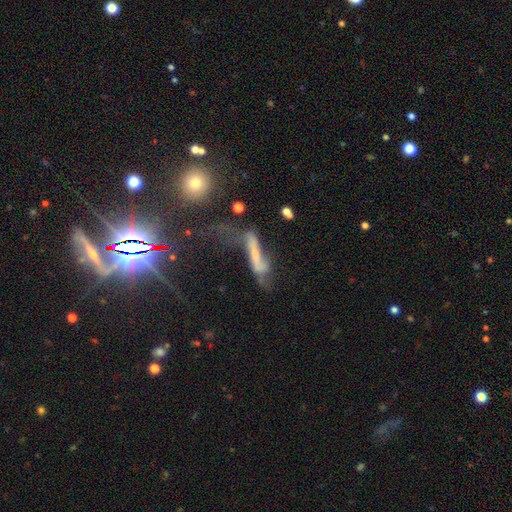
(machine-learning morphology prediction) The model was most divided on "smooth or featured": featured or disk: 46%, smooth: 38%, star or artifact: 17%. Remaining: merging — major disturbance (36%).